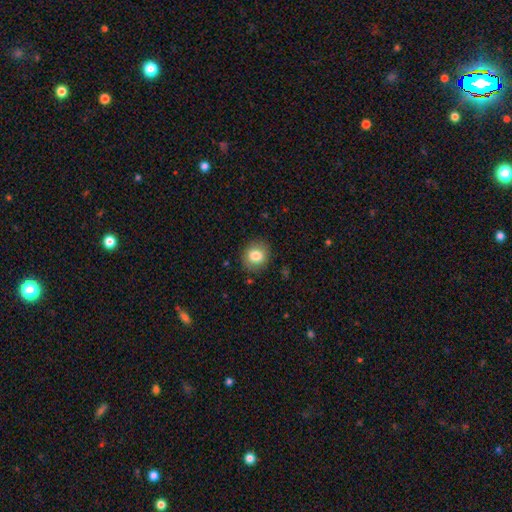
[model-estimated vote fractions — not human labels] This appears to be a smooth galaxy with no disk features (82%) that is round (77%). Merging: none (87%).